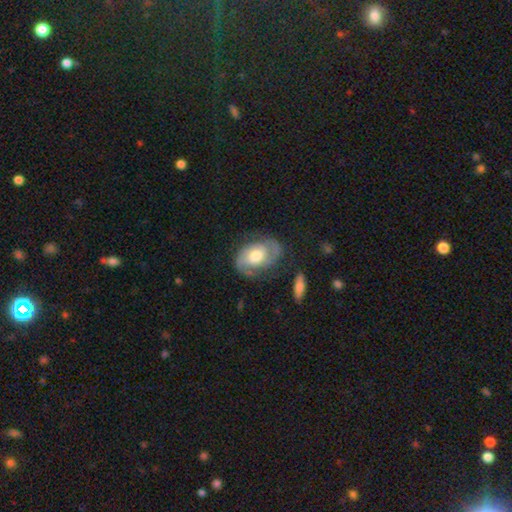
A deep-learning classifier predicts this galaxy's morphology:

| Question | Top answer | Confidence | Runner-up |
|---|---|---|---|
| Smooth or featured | featured or disk | 78% | smooth (17%) |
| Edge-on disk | no | 96% | yes (4%) |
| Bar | no | 62% | weak (30%) |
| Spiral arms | yes | 91% | no (9%) |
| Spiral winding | medium | 44% | tight (41%) |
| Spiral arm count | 2 | 85% | can't tell (8%) |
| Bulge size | moderate | 59% | large (27%) |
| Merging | none | 72% | minor disturbance (18%) |